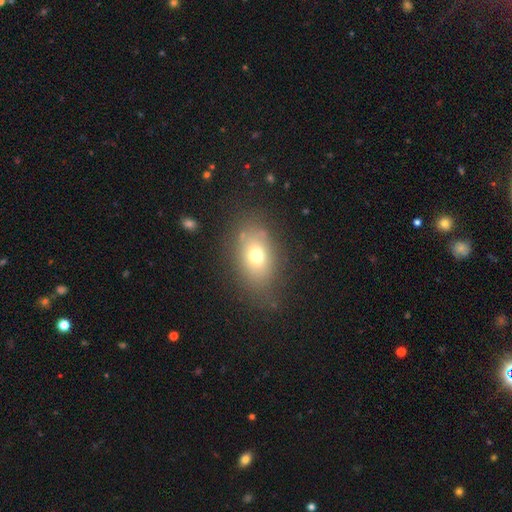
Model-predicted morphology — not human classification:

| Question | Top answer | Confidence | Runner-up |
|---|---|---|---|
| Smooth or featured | smooth | 69% | featured or disk (18%) |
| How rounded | in between | 76% | round (22%) |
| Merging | none | 72% | minor disturbance (17%) |